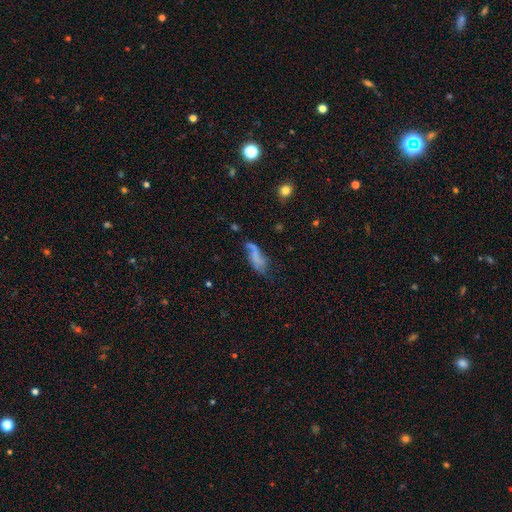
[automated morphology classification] type=smooth (49%); merging=none (37%).